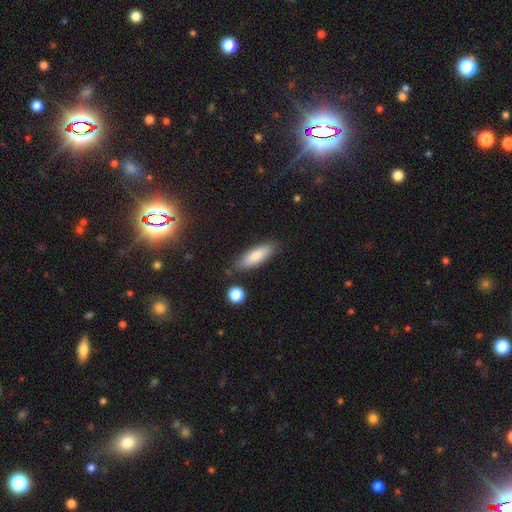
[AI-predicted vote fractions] The model was most divided on "how rounded": in between: 56%, cigar-shaped: 42%, round: 2%. More confident: merging — none (84%); smooth or featured — smooth (75%).